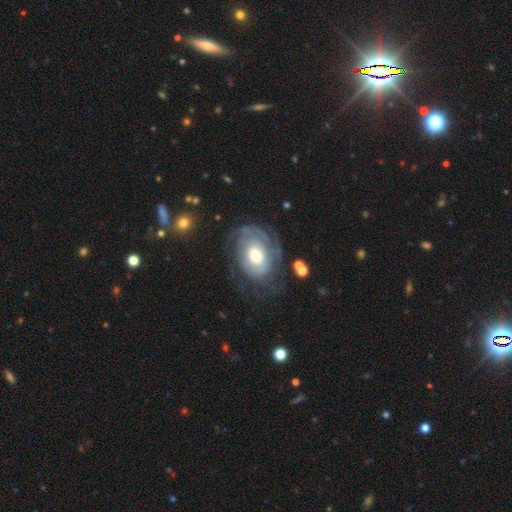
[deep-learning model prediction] featured or disk 75%, smooth 19%, star or artifact 6%. Down the decision tree: edge-on disk — no (96%); bar — no (74%); spiral arms — yes (83%); spiral arm count — can't tell (50%); spiral winding — tight (66%); bulge size — moderate (63%); merging — none (59%).